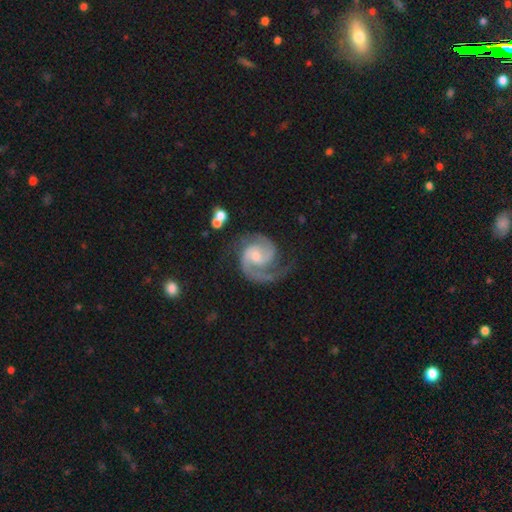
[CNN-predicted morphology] Q: Smooth or featured?
A: featured or disk (92%); runner-up: star or artifact (4%)
Q: Edge-on disk?
A: no (98%); runner-up: yes (2%)
Q: Bar?
A: no (52%); runner-up: weak (39%)
Q: Spiral arms?
A: yes (98%); runner-up: no (2%)
Q: Spiral winding?
A: medium (52%); runner-up: tight (38%)
Q: Spiral arm count?
A: 2 (88%); runner-up: 1 (4%)
Q: Bulge size?
A: small (47%); runner-up: moderate (42%)
Q: Merging?
A: none (69%); runner-up: minor disturbance (18%)